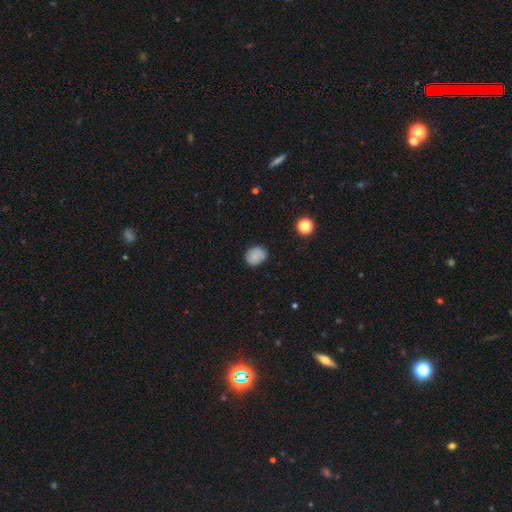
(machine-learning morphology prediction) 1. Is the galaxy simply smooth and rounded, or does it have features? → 77% smooth, 13% featured or disk, 10% star or artifact.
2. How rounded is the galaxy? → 54% round, 45% in between, 1% cigar-shaped.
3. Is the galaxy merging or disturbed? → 75% none, 19% minor disturbance, 4% major disturbance, 2% merger.